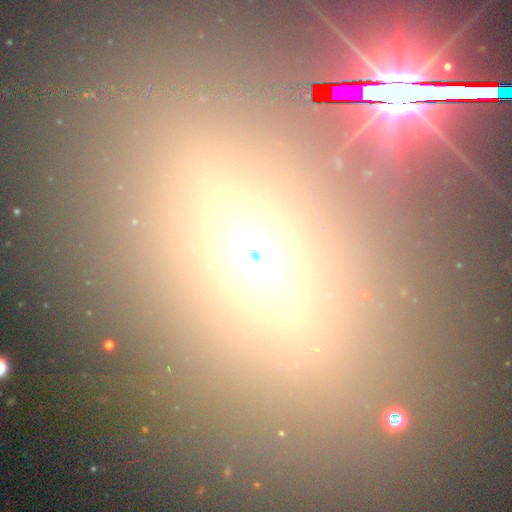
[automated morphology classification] smooth 44%, featured or disk 29%, star or artifact 26%. Down the decision tree: merging — none (81%).